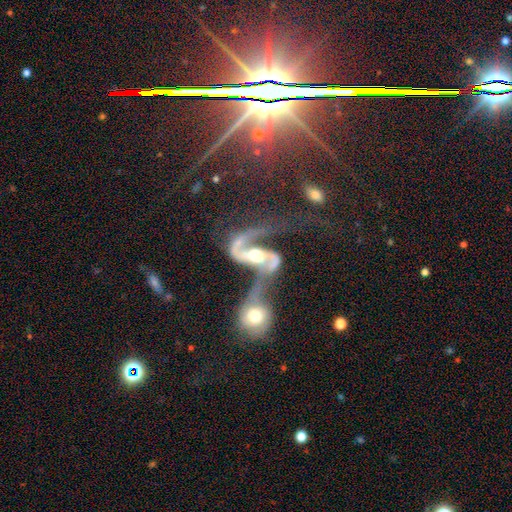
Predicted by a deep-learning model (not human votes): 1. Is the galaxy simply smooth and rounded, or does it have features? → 87% featured or disk, 8% smooth, 5% star or artifact.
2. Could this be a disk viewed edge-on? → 96% no, 4% yes.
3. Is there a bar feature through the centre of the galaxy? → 37% no, 36% weak, 27% strong.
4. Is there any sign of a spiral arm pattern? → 94% yes, 6% no.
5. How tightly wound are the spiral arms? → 56% loose, 34% medium, 9% tight.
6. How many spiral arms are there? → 87% 2, 6% 1, 3% can't tell, 1% 3, 1% 4, 1% more than 4.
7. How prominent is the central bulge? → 67% moderate, 17% large, 13% small, 2% none, 2% dominant.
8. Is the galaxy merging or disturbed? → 77% merger, 9% none, 9% major disturbance, 5% minor disturbance.